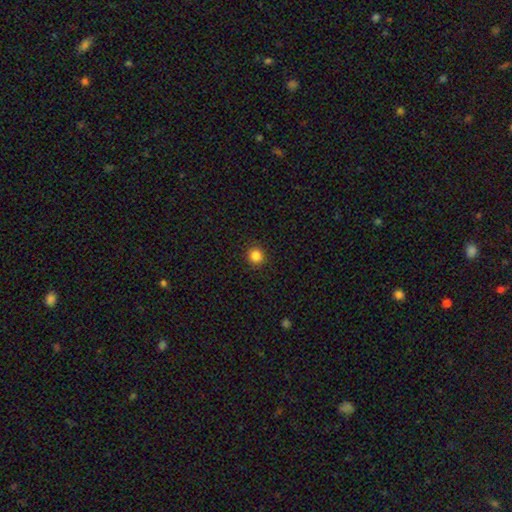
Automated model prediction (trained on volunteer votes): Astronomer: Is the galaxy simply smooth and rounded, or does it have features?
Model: smooth — 86%.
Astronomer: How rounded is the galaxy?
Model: round — 92%.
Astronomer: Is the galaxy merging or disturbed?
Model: none — 92%.